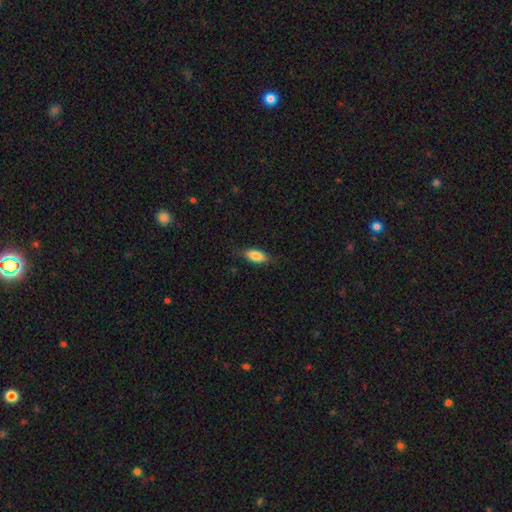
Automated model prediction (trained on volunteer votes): Q: Smooth or featured?
A: smooth (83%); runner-up: featured or disk (11%)
Q: How rounded?
A: in between (85%); runner-up: cigar-shaped (12%)
Q: Merging?
A: none (80%); runner-up: minor disturbance (16%)